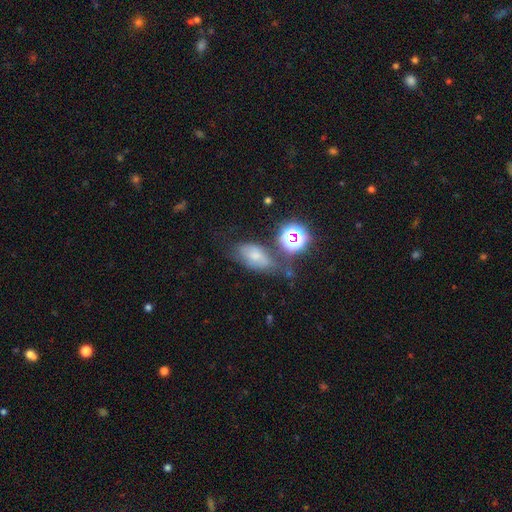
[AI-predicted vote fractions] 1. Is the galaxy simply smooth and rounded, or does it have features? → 53% smooth, 26% featured or disk, 21% star or artifact.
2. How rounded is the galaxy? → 85% in between, 12% round, 3% cigar-shaped.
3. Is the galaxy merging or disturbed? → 50% none, 26% minor disturbance, 13% major disturbance, 11% merger.